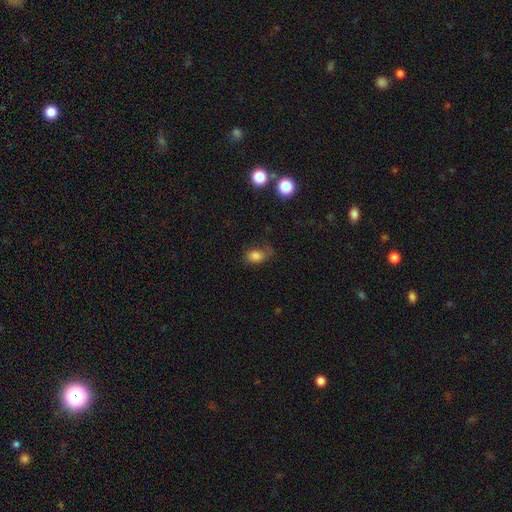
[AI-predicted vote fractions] smooth-or-featured: smooth: 75% | featured or disk: 14% | star or artifact: 11%
  how-rounded: in between: 73% | round: 25% | cigar-shaped: 2%
  merging: none: 43% | minor disturbance: 31% | major disturbance: 23% | merger: 3%